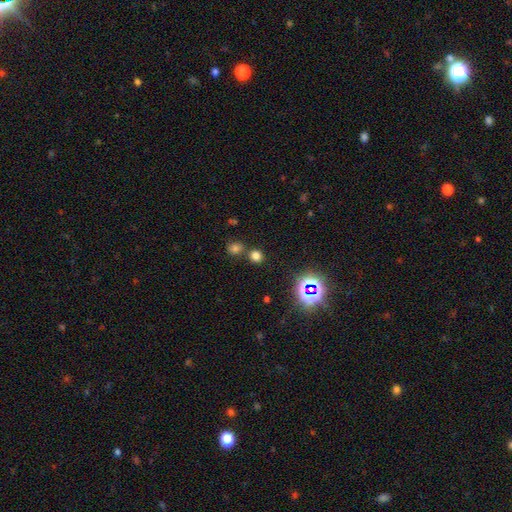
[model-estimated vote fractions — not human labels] The model was most divided on "smooth or featured": smooth: 68%, star or artifact: 27%, featured or disk: 6%. More confident: how rounded — round (82%); merging — none (68%).